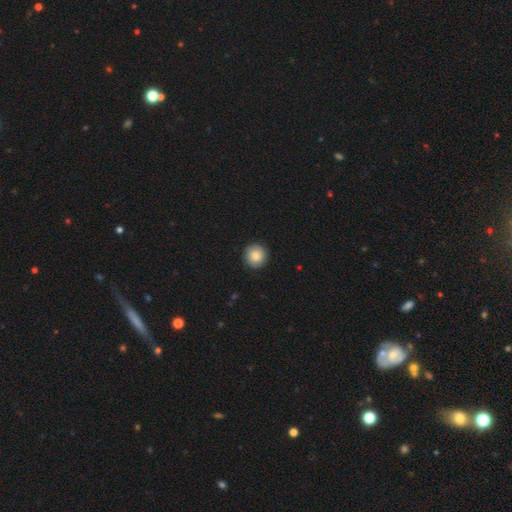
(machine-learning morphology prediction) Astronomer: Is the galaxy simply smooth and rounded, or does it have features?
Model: smooth — 83%.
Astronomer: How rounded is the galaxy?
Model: round — 95%.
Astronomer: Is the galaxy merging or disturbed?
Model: none — 91%.